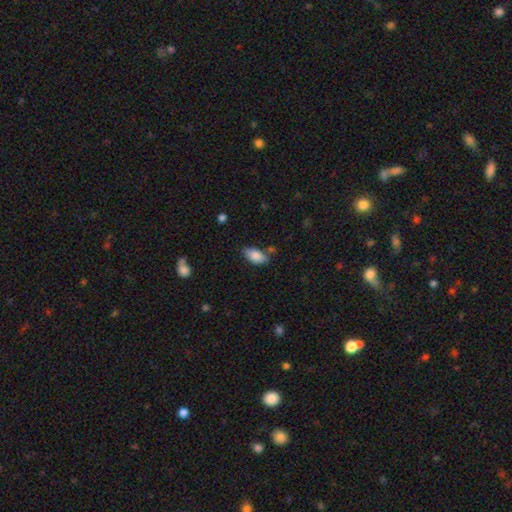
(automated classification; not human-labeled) Morphology: type=smooth (86%); roundness=in between (93%); merging=none (71%).